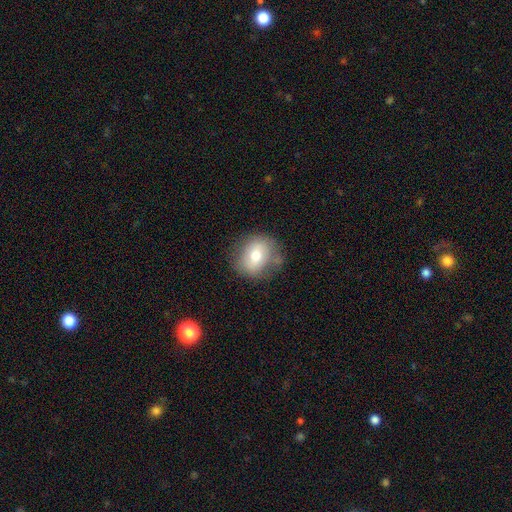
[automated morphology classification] The model was most divided on "how rounded": round: 64%, in between: 34%, cigar-shaped: 1%. More confident: merging — none (70%); smooth or featured — smooth (69%).